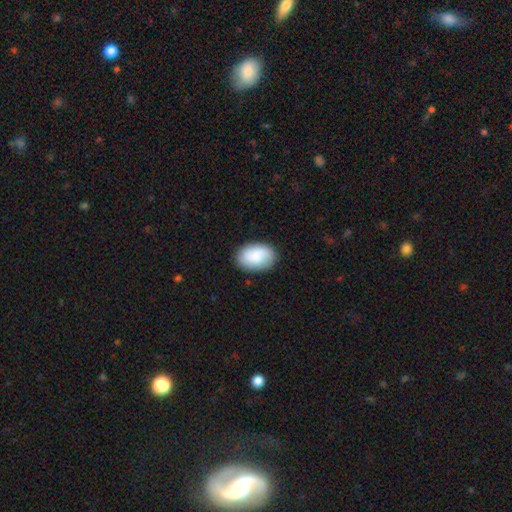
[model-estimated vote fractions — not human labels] smooth 85%, featured or disk 9%, star or artifact 6%. Down the decision tree: how rounded — in between (88%); merging — none (86%).